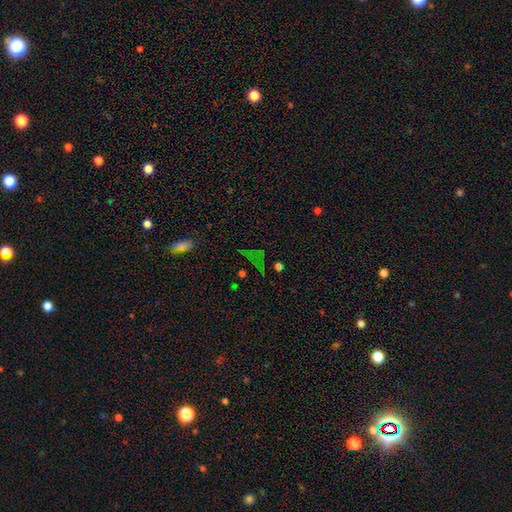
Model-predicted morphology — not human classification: type=star or artifact (61%).